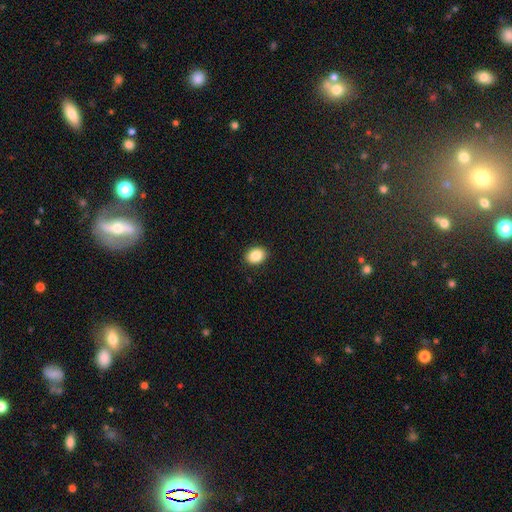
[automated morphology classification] This appears to be a smooth galaxy with no disk features (87%) that is in between round and cigar-shaped (61%). Merging: none (90%).